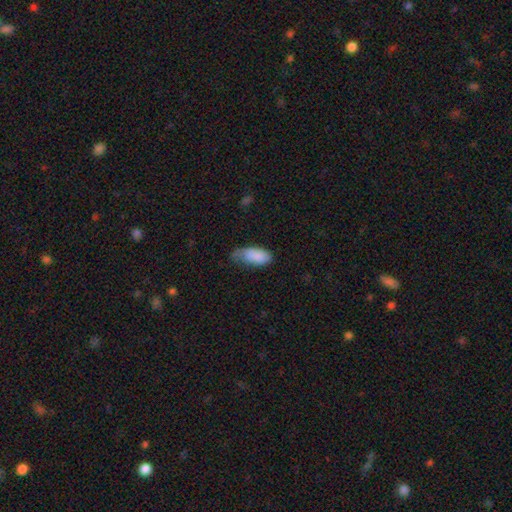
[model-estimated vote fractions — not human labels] This is clearly a smooth galaxy (84%). How rounded: clearly in between (90%). Merging: possibly minor disturbance (46%).